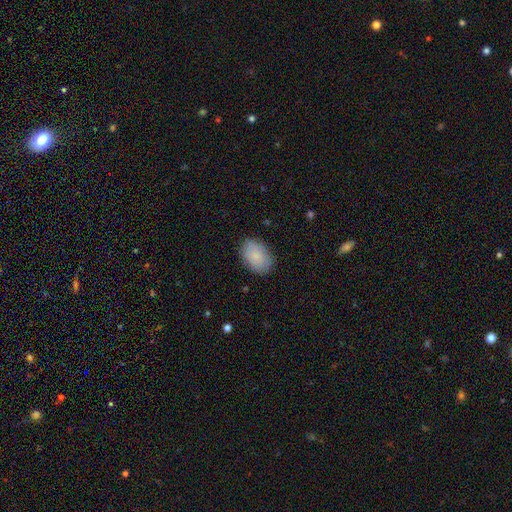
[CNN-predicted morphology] Smooth or featured? Predicted: smooth (p=0.85). How rounded? Predicted: in between (p=0.84). Merging? Predicted: none (p=0.83).